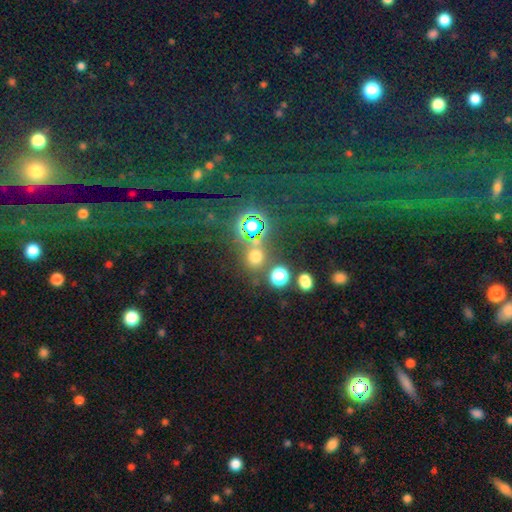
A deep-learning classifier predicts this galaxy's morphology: Q: Smooth or featured?
A: smooth (57%); runner-up: star or artifact (35%)
Q: How rounded?
A: round (85%); runner-up: in between (14%)
Q: Merging?
A: none (74%); runner-up: merger (12%)